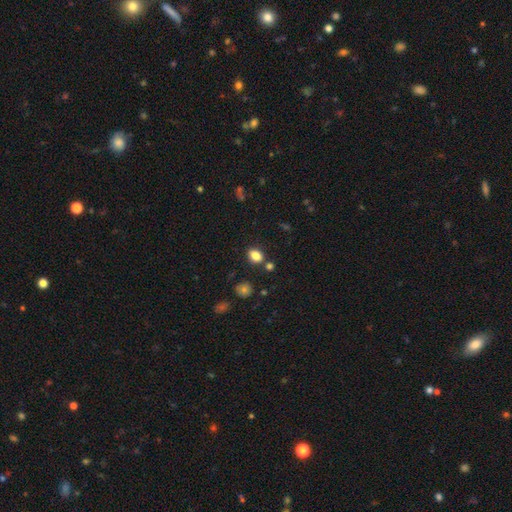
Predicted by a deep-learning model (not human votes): smooth-or-featured: smooth: 83% | star or artifact: 11% | featured or disk: 6%
  how-rounded: in between: 70% | round: 29% | cigar-shaped: 1%
  merging: none: 78% | minor disturbance: 11% | merger: 8% | major disturbance: 3%